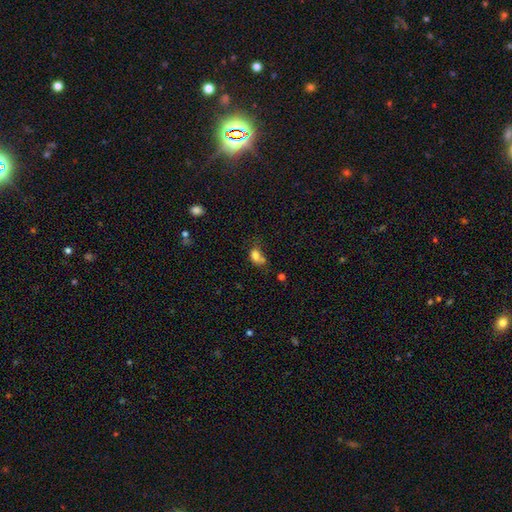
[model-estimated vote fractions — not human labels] Q: Smooth or featured?
A: smooth (76%); runner-up: star or artifact (12%)
Q: How rounded?
A: in between (66%); runner-up: round (33%)
Q: Merging?
A: none (32%); runner-up: merger (29%)